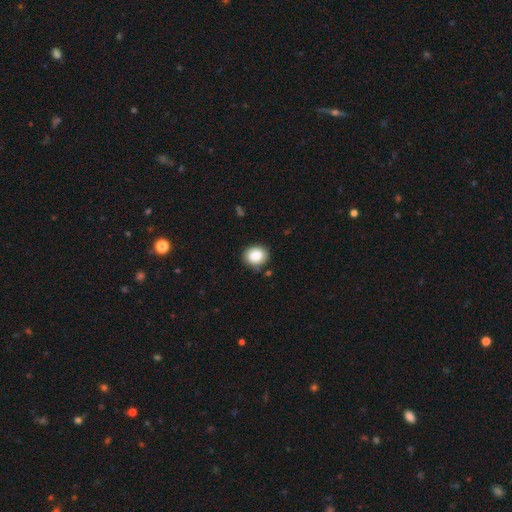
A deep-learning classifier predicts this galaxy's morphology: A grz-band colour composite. It shows a smooth galaxy with no disk features (86%) that is round (66%). Merging: none (83%).